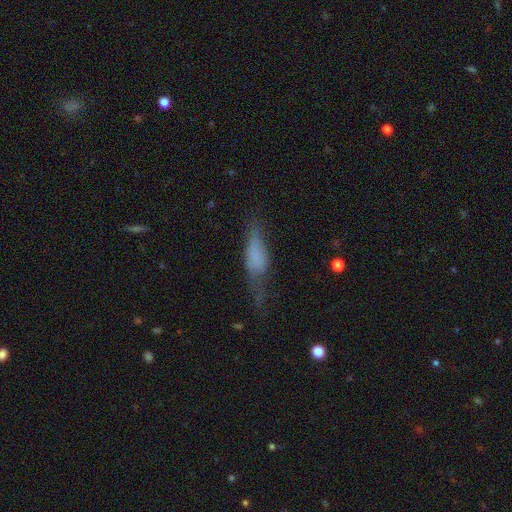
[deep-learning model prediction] Smooth or featured: smooth — 57% (featured or disk — 32%)
How rounded: cigar-shaped — 54% (in between — 43%)
Merging: none — 41% (minor disturbance — 31%)